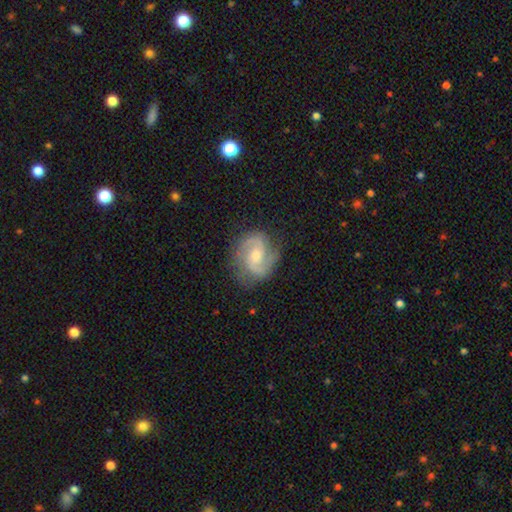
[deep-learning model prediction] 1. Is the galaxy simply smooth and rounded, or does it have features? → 86% featured or disk, 8% smooth, 5% star or artifact.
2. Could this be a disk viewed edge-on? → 98% no, 2% yes.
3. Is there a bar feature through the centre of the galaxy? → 46% weak, 42% no, 12% strong.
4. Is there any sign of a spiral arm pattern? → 97% yes, 3% no.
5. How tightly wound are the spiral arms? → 54% medium, 27% tight, 18% loose.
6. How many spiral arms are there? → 91% 2, 3% can't tell, 2% 3, 2% 1, 1% 4, 1% more than 4.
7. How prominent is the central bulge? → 55% moderate, 39% small, 3% large, 3% none, 1% dominant.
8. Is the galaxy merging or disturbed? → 80% none, 14% minor disturbance, 4% major disturbance, 1% merger.